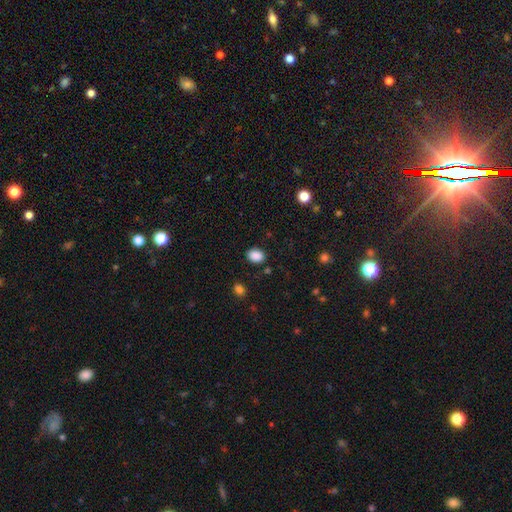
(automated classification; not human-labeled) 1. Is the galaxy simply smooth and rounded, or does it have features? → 88% smooth, 9% star or artifact, 3% featured or disk.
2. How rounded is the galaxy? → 63% in between, 36% round, 1% cigar-shaped.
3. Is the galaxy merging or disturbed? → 86% none, 9% minor disturbance, 3% major disturbance, 2% merger.